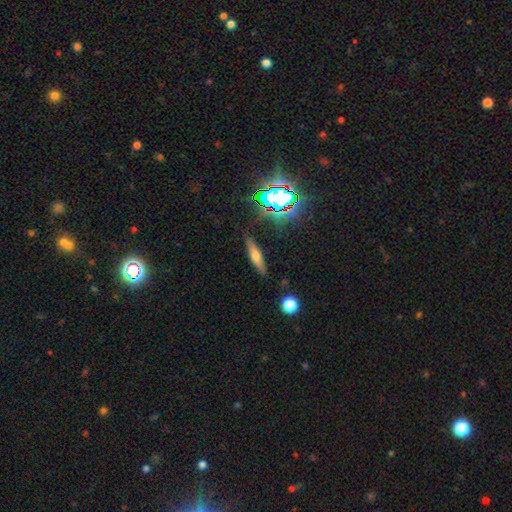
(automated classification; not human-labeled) Q: Smooth or featured?
A: smooth (51%); runner-up: featured or disk (35%)
Q: How rounded?
A: cigar-shaped (75%); runner-up: in between (22%)
Q: Merging?
A: none (84%); runner-up: minor disturbance (11%)